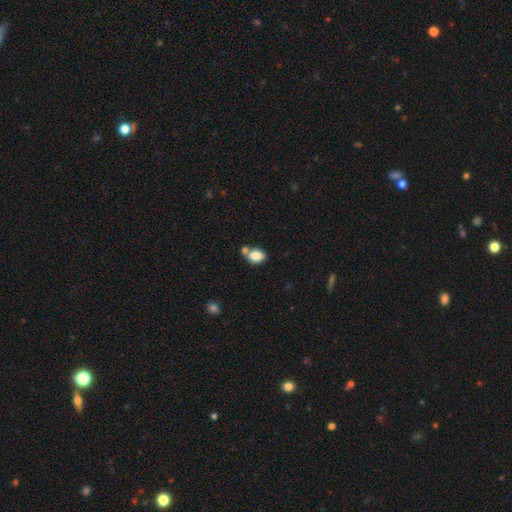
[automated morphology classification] A smooth galaxy with no disk features (83%) that is in between round and cigar-shaped (75%).

Vote fractions:
- Smooth or featured? smooth: 83% / featured or disk: 9% / star or artifact: 9%
- How rounded? in between: 75% / round: 24% / cigar-shaped: 1%
- Merging? none: 52% / merger: 30% / minor disturbance: 14% / major disturbance: 4%